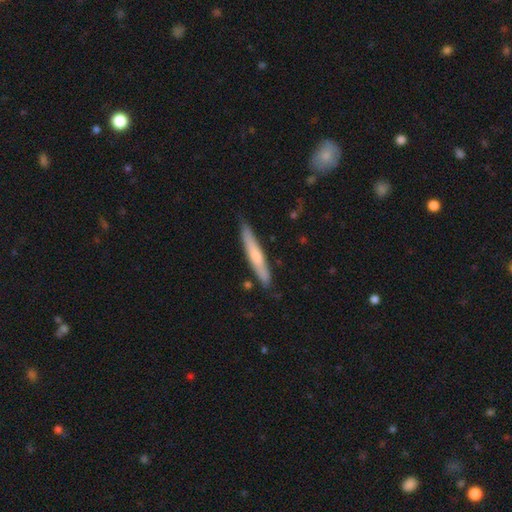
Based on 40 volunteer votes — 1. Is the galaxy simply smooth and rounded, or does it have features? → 55% smooth, 45% featured or disk, 0% star or artifact.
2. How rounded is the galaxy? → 95% cigar-shaped, 5% in between, 0% round.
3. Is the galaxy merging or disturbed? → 85% none, 10% minor disturbance, 2% major disturbance, 2% merger.